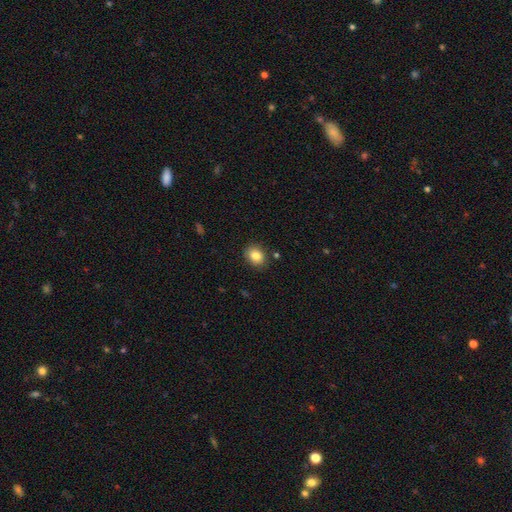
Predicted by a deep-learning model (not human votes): Smooth or featured? Predicted: smooth (p=0.84). How rounded? Predicted: round (p=0.52). Merging? Predicted: none (p=0.85).